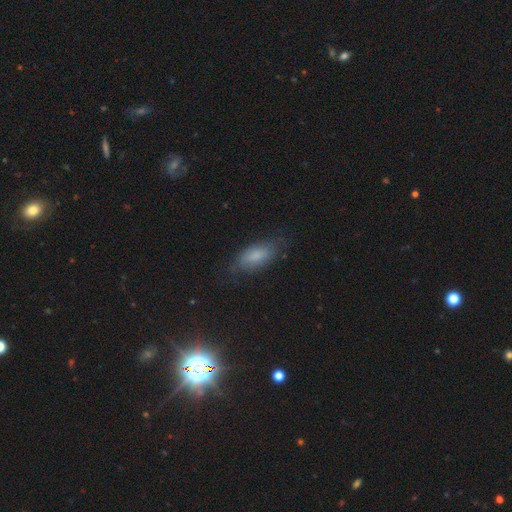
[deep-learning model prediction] smooth 74%, featured or disk 17%, star or artifact 9%. Down the decision tree: how rounded — in between (81%); merging — none (69%).